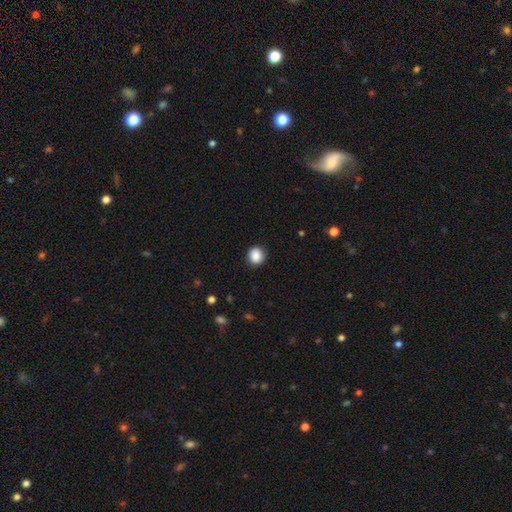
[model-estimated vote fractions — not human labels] Smooth or featured? smooth (87%)
How rounded? round (85%)
Merging? none (88%)